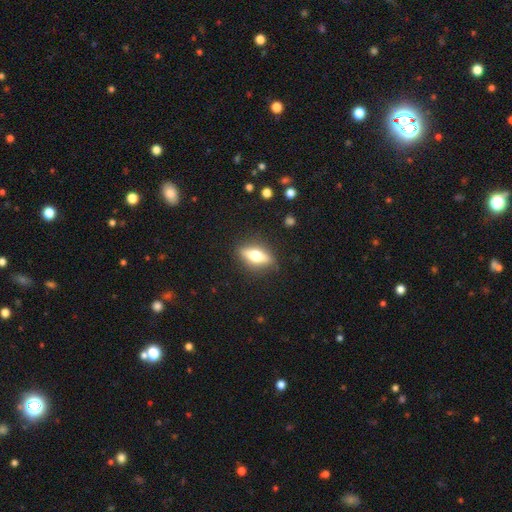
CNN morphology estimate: smooth 48%, featured or disk 45%, star or artifact 7%. Down the decision tree: merging — none (86%).